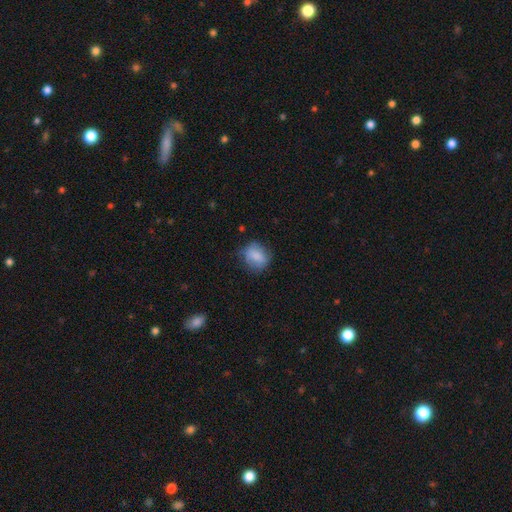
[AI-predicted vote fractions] Overall: smooth (79%). How rounded: round (55%; in between 44%). Merging: none (65%; minor disturbance 25%).